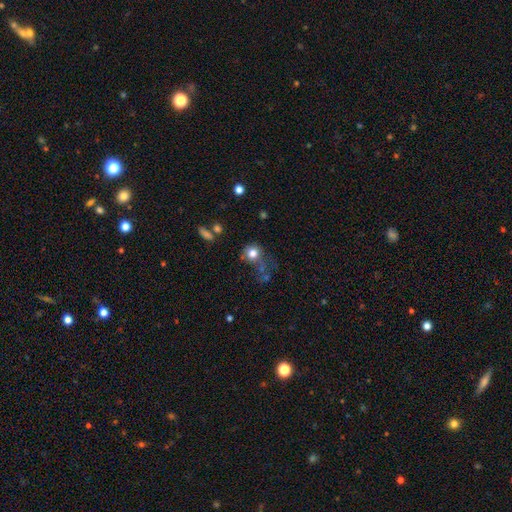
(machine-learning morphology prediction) smooth_or_featured: smooth (p=0.52) [alt: star or artifact p=0.28]
how_rounded: round (p=0.77) [alt: in between p=0.21]
merging: none (p=0.40) [alt: major disturbance p=0.28]